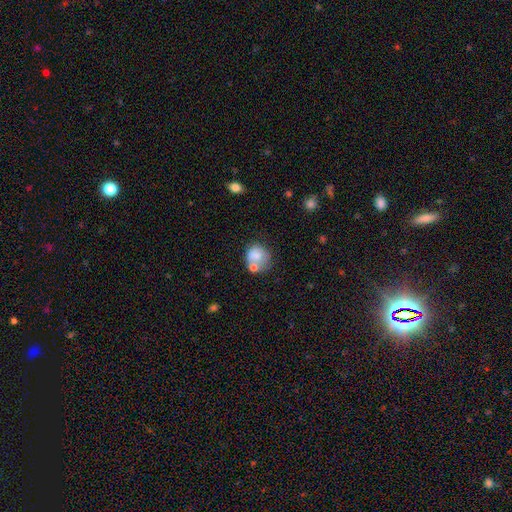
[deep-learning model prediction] smooth-or-featured: smooth: 72% | featured or disk: 20% | star or artifact: 8%
  how-rounded: round: 77% | in between: 22% | cigar-shaped: 1%
  merging: none: 44% | merger: 28% | minor disturbance: 18% | major disturbance: 10%